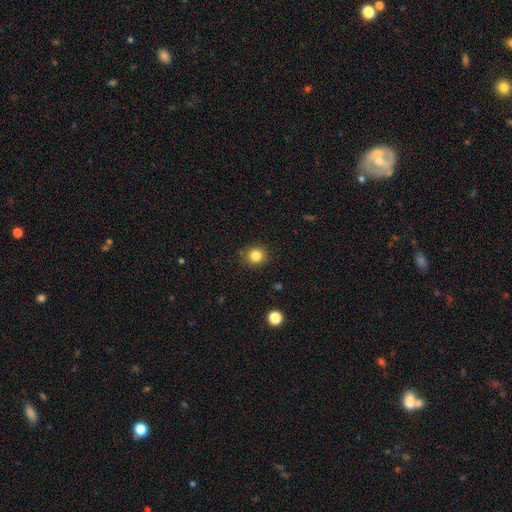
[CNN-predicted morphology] smooth-or-featured: smooth: 83% | star or artifact: 12% | featured or disk: 5%
  how-rounded: round: 88% | in between: 11% | cigar-shaped: 1%
  merging: none: 88% | minor disturbance: 8% | major disturbance: 2% | merger: 2%